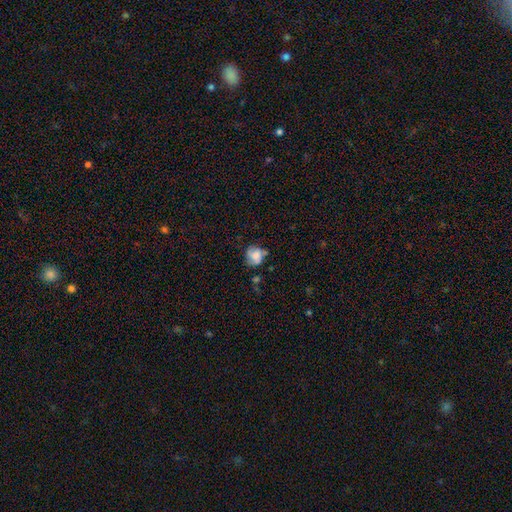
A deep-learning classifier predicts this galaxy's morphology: A smooth galaxy with no disk features (67%) that is round (67%).

Vote fractions:
- Smooth or featured? smooth: 67% / featured or disk: 23% / star or artifact: 10%
- How rounded? round: 67% / in between: 32% / cigar-shaped: 1%
- Merging? none: 49% / minor disturbance: 29% / major disturbance: 13% / merger: 10%